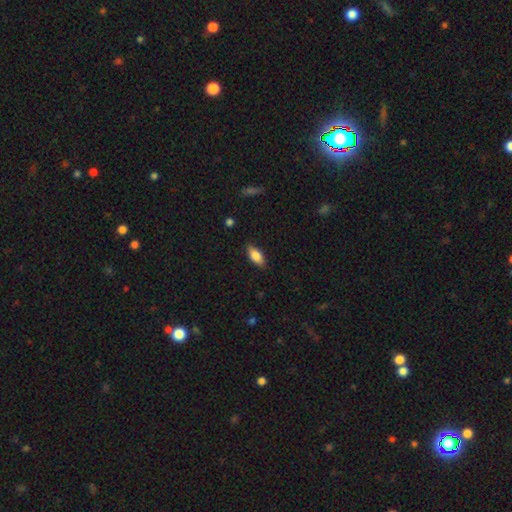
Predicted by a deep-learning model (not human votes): smooth_or_featured: smooth (p=0.82) [alt: featured or disk p=0.11]
how_rounded: in between (p=0.85) [alt: cigar-shaped p=0.12]
merging: none (p=0.85) [alt: minor disturbance p=0.11]